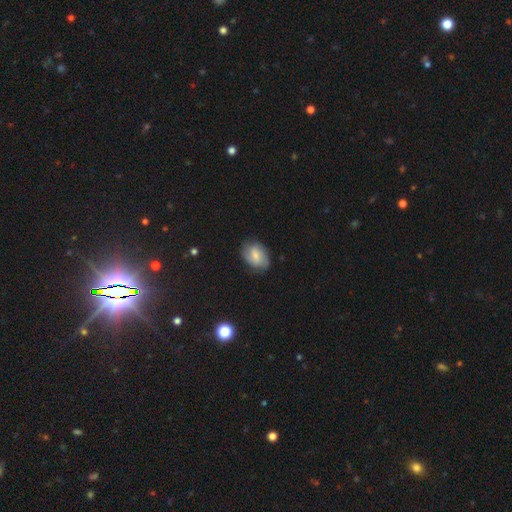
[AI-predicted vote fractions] smooth_or_featured: smooth (p=0.58) [alt: featured or disk p=0.34]
how_rounded: in between (p=0.78) [alt: round p=0.21]
merging: none (p=0.75) [alt: minor disturbance p=0.19]